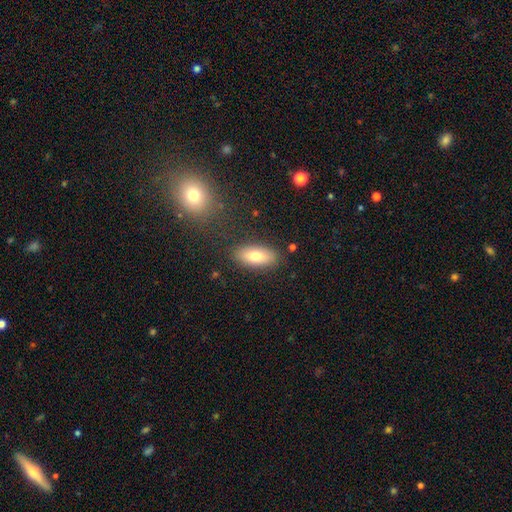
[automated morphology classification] Smooth or featured? smooth (76%)
How rounded? in between (87%)
Merging? none (85%)